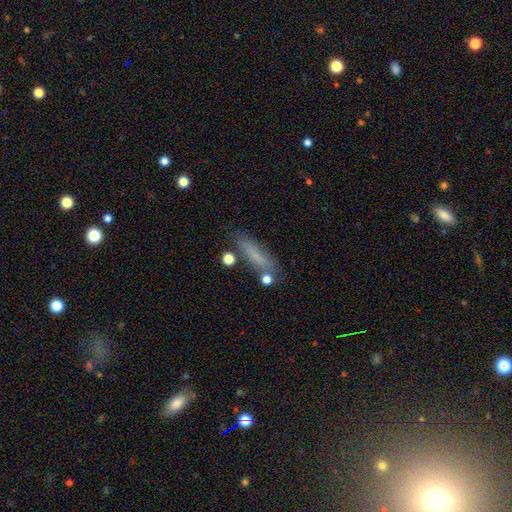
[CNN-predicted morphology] Smooth or featured? smooth (71%)
How rounded? cigar-shaped (76%)
Merging? none (72%)